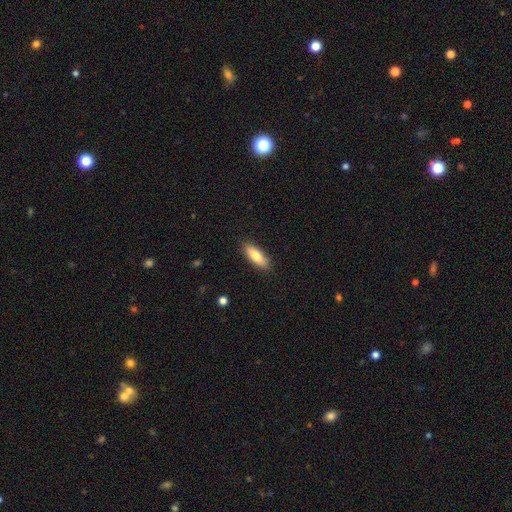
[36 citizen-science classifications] smooth_or_featured: smooth (p=0.81) [alt: featured or disk p=0.14]
how_rounded: in between (p=0.66) [alt: cigar-shaped p=0.34]
merging: none (p=0.91) [alt: major disturbance p=0.06]